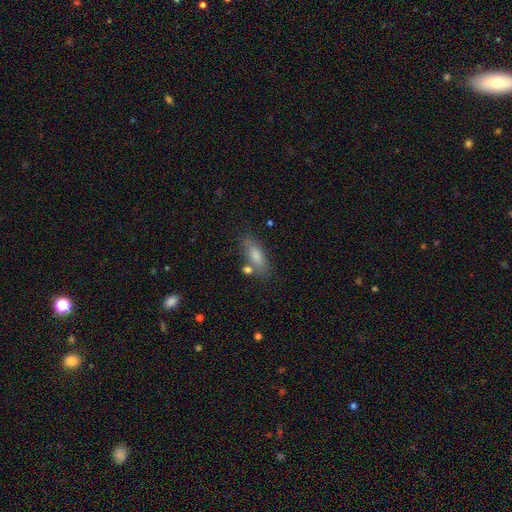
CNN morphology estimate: Smooth or featured?
  - smooth: 71% *
  - featured or disk: 19%
  - star or artifact: 10%
How rounded?
  - in between: 65% *
  - cigar-shaped: 31%
  - round: 4%
Merging?
  - none: 73% *
  - minor disturbance: 14%
  - merger: 9%
  - major disturbance: 4%